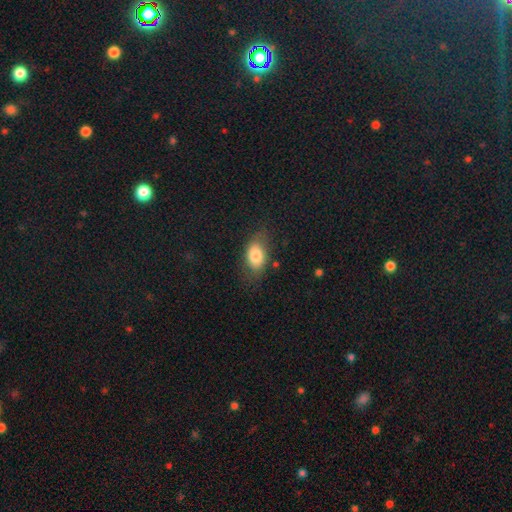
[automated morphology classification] Smooth or featured? Predicted: smooth (p=0.80). How rounded? Predicted: in between (p=0.86). Merging? Predicted: none (p=0.70).